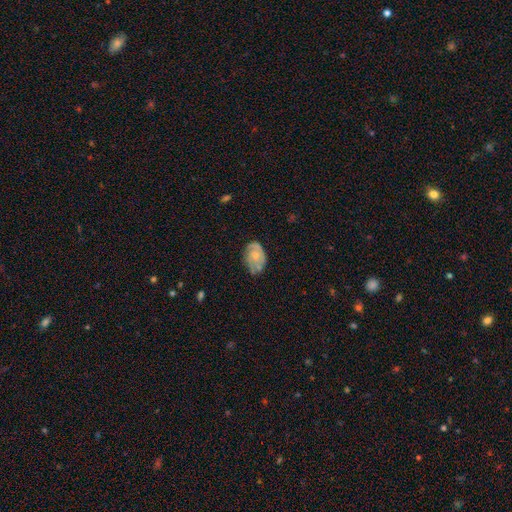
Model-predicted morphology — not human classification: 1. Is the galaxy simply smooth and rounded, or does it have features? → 59% featured or disk, 35% smooth, 7% star or artifact.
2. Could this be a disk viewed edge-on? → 96% no, 4% yes.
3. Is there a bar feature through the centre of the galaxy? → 80% no, 17% weak, 2% strong.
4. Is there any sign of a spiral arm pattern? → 73% yes, 27% no.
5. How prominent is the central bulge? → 54% small, 39% moderate, 4% none, 2% large, 1% dominant.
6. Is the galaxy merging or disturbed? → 56% none, 31% minor disturbance, 10% major disturbance, 3% merger.